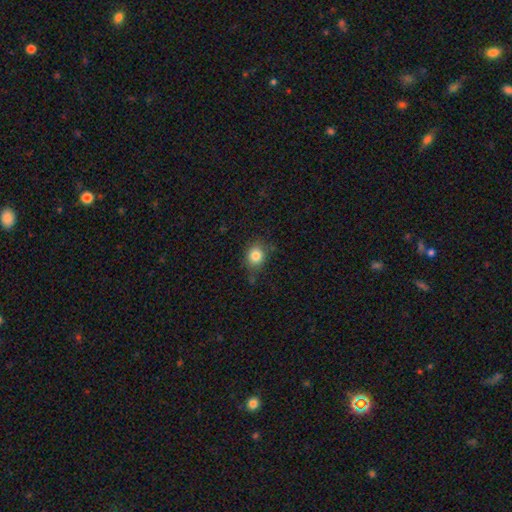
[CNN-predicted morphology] smooth_or_featured: smooth (p=0.82) [alt: star or artifact p=0.11]
how_rounded: round (p=0.67) [alt: in between p=0.31]
merging: none (p=0.75) [alt: minor disturbance p=0.18]